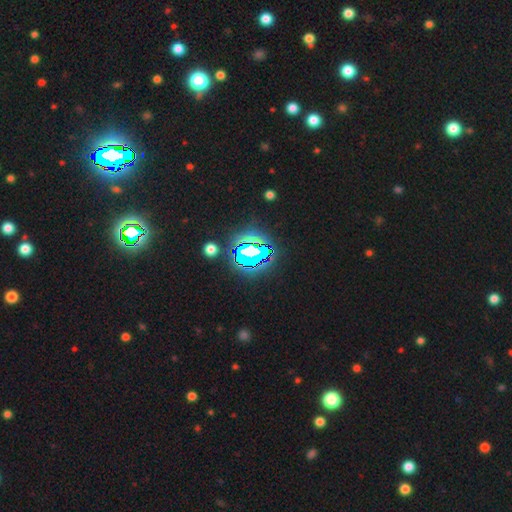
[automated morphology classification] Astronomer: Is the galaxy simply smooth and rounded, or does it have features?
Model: star or artifact — 83%.